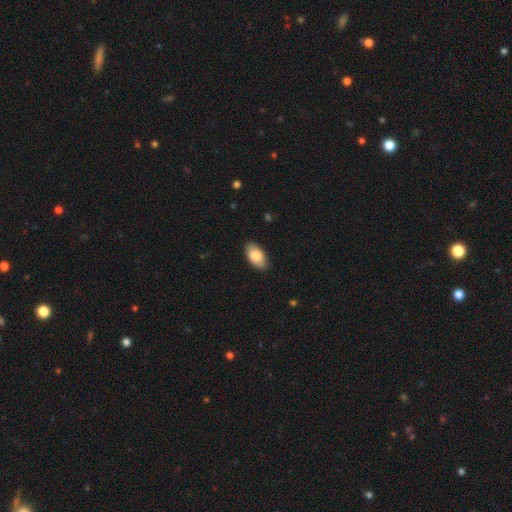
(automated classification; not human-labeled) Smooth or featured: smooth — 82% (featured or disk — 12%)
How rounded: in between — 94% (round — 3%)
Merging: none — 87% (minor disturbance — 10%)